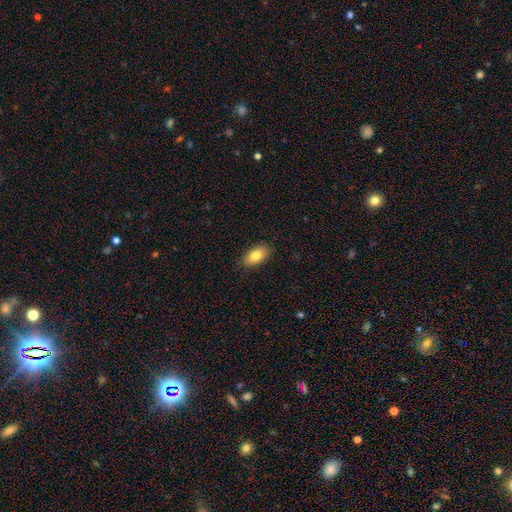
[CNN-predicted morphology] type=smooth (81%); roundness=in between (92%); merging=none (88%).